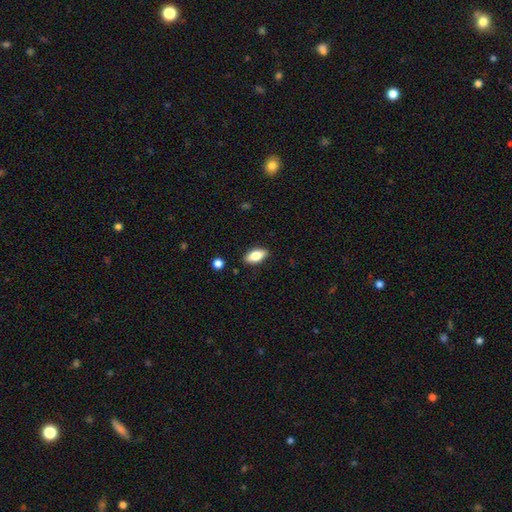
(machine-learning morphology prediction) Q: Smooth or featured?
A: smooth (79%); runner-up: featured or disk (14%)
Q: How rounded?
A: in between (88%); runner-up: cigar-shaped (9%)
Q: Merging?
A: none (88%); runner-up: minor disturbance (9%)